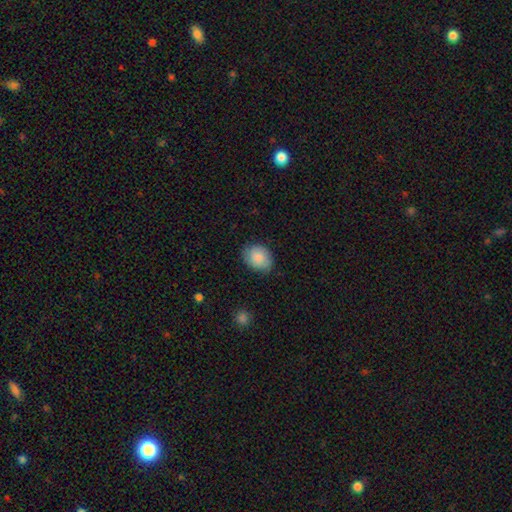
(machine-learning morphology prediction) The model was most divided on "how rounded": in between: 60%, round: 39%, cigar-shaped: 1%. More confident: smooth or featured — smooth (80%); merging — none (77%).